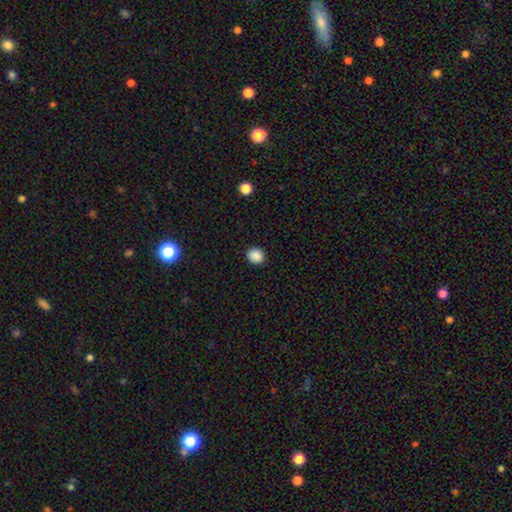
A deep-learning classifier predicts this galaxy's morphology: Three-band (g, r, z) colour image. It shows a smooth galaxy with no disk features (88%) that is round (82%). Merging: none (91%).